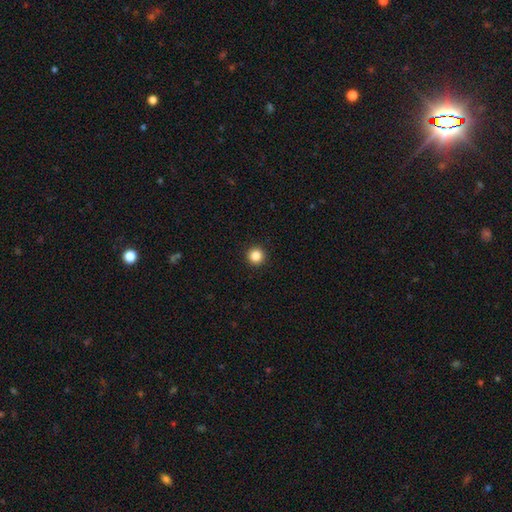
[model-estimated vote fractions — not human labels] The model was most divided on "smooth or featured": smooth: 86%, star or artifact: 11%, featured or disk: 3%. More confident: how rounded — round (96%); merging — none (94%).